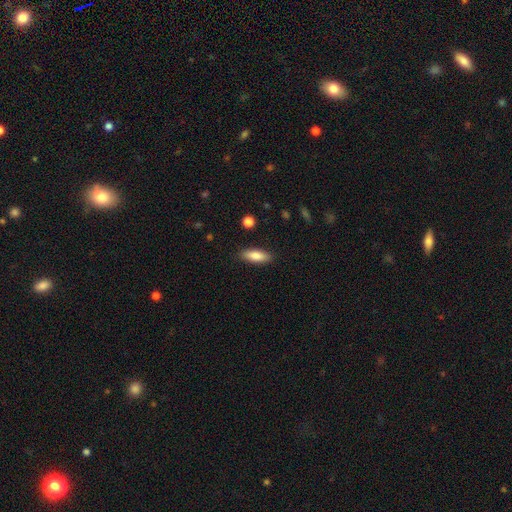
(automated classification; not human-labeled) smooth 81%, featured or disk 13%, star or artifact 7%. Down the decision tree: how rounded — in between (62%); merging — none (88%).